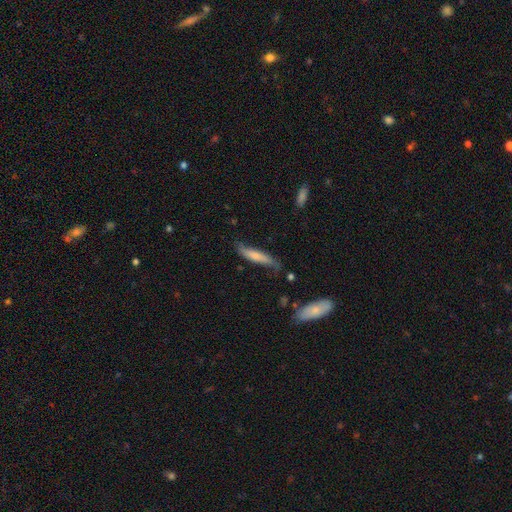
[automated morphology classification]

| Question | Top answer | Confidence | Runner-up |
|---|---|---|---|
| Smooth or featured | smooth | 60% | featured or disk (34%) |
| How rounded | cigar-shaped | 83% | in between (15%) |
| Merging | none | 56% | minor disturbance (32%) |